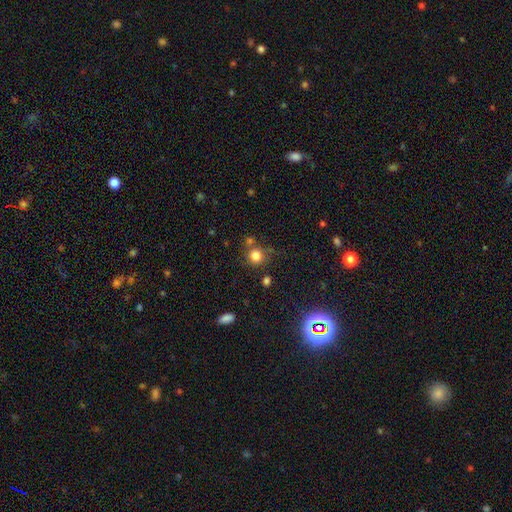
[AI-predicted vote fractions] smooth_or_featured: smooth (p=0.80) [alt: star or artifact p=0.13]
how_rounded: round (p=0.90) [alt: in between p=0.09]
merging: none (p=0.69) [alt: merger p=0.14]